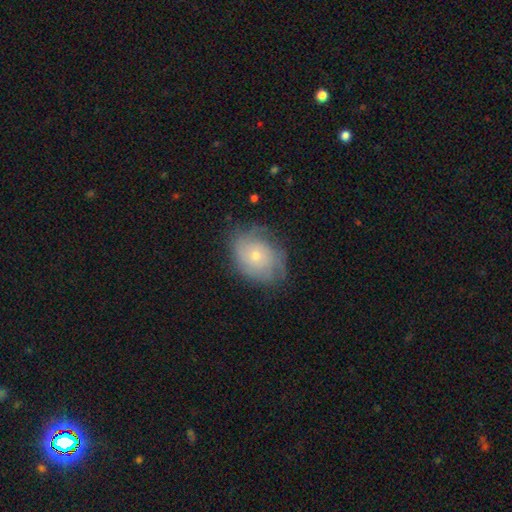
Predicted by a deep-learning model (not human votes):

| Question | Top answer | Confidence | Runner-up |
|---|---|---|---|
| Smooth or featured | featured or disk | 52% | smooth (40%) |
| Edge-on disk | no | 96% | yes (4%) |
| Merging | none | 68% | minor disturbance (22%) |